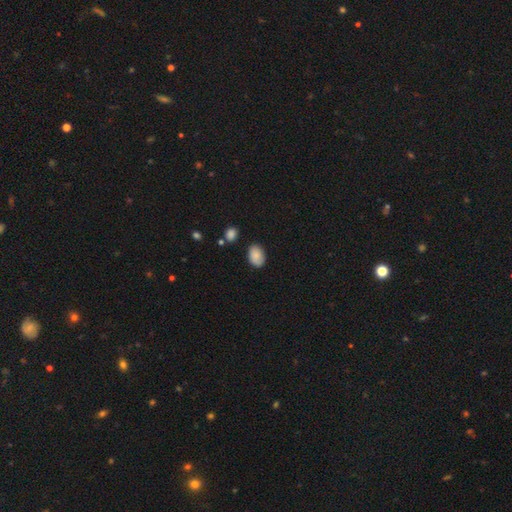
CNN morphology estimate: Q: Smooth or featured?
A: smooth (85%); runner-up: star or artifact (8%)
Q: How rounded?
A: in between (87%); runner-up: round (12%)
Q: Merging?
A: none (78%); runner-up: minor disturbance (16%)